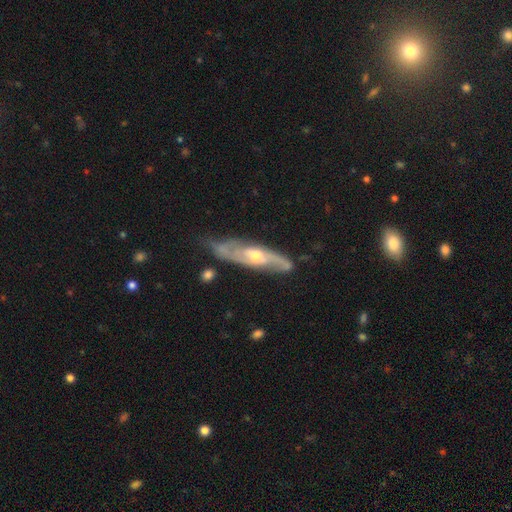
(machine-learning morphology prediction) This is likely a featured or disk galaxy (78%). It is likely not viewed edge-on (69%). Bar: possibly no (59%). Spiral arm pattern: clearly yes (88%). Central bulge: likely moderate (67%). Merging: likely none (63%).